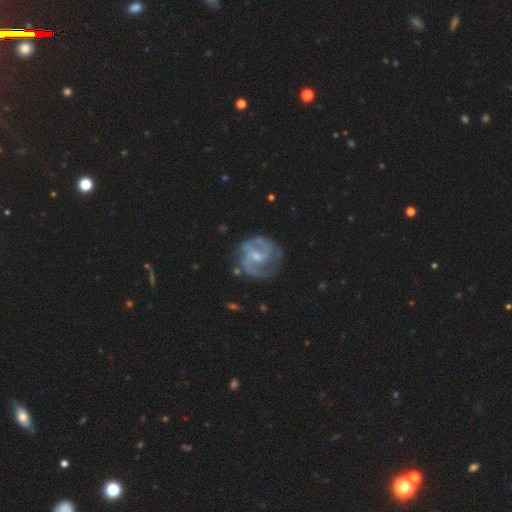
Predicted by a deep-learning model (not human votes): smooth_or_featured: featured or disk (p=0.88) [alt: smooth p=0.07]
disk_edge_on: no (p=0.98) [alt: yes p=0.02]
bar: weak (p=0.52) [alt: no p=0.35]
has_spiral_arms: yes (p=0.97) [alt: no p=0.03]
spiral_winding: medium (p=0.56) [alt: tight p=0.26]
spiral_arm_count: 2 (p=0.74) [alt: 3 p=0.12]
bulge_size: small (p=0.61) [alt: moderate p=0.32]
merging: none (p=0.70) [alt: minor disturbance p=0.19]